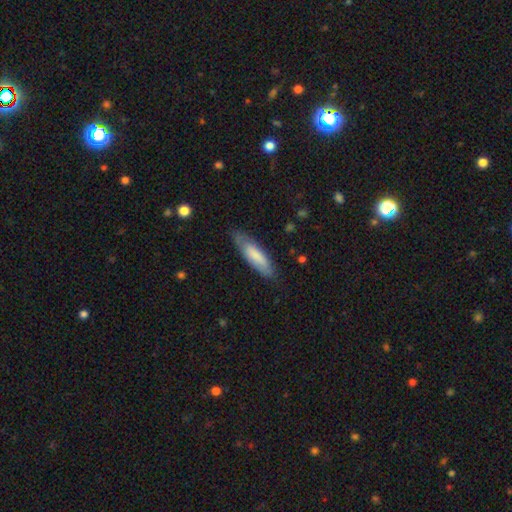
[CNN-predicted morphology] A smooth galaxy with no disk features (75%) that is cigar-shaped (60%). Merging: none (76%).